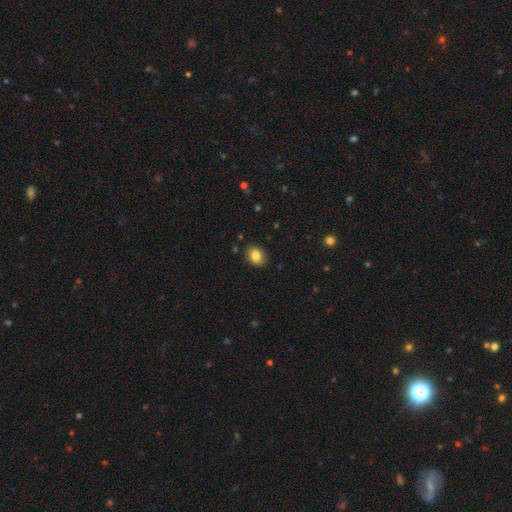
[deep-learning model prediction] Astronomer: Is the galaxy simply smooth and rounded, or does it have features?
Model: smooth — 85%.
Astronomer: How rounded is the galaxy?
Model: in between — 62% (runner-up: round, 37%).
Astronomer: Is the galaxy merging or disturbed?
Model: none — 87%.